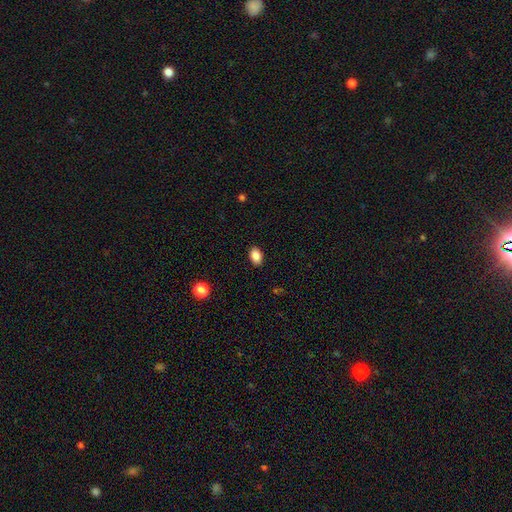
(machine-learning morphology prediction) The model was most divided on "how rounded": in between: 84%, round: 14%, cigar-shaped: 1%. More confident: merging — none (89%); smooth or featured — smooth (87%).